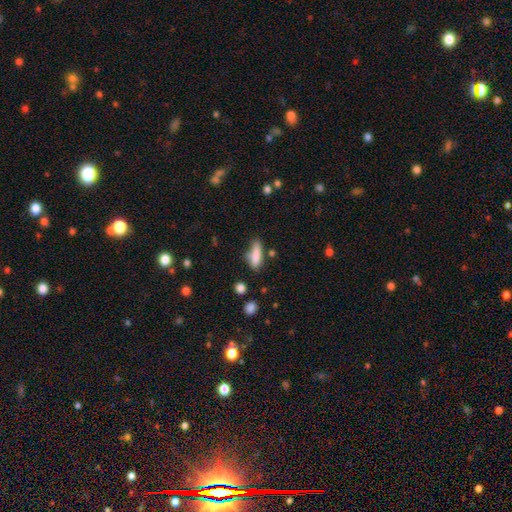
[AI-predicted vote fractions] smooth 79%, featured or disk 12%, star or artifact 8%. Down the decision tree: how rounded — cigar-shaped (53%); merging — none (50%).